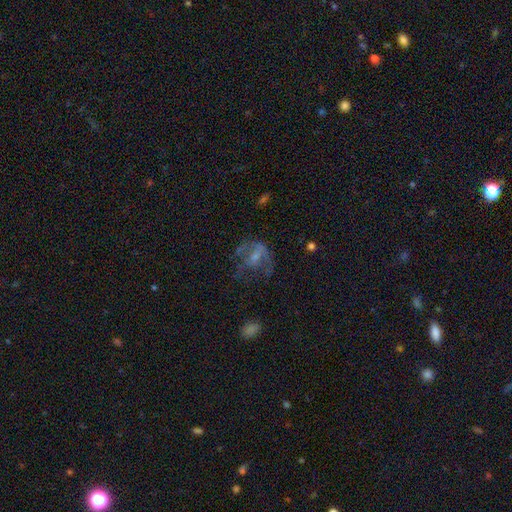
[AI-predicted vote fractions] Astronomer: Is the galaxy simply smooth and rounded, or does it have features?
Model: featured or disk — 55% (runner-up: smooth, 32%).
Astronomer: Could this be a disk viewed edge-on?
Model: no — 97%.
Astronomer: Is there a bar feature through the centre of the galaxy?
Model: no — 54% (runner-up: weak, 35%).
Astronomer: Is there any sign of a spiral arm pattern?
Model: no — 58% (runner-up: yes, 42%).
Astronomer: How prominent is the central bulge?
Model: small — 51%.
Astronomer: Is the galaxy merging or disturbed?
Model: major disturbance — 45% (runner-up: none, 33%).